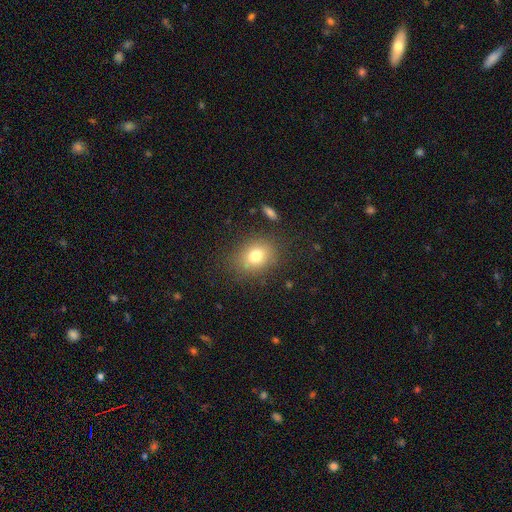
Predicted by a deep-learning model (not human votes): A smooth galaxy with no disk features (76%) that is in between round and cigar-shaped (55%). Merging: none (80%).